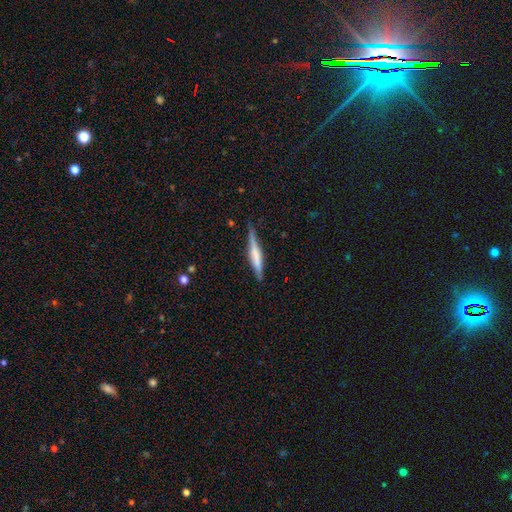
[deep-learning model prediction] The model was most divided on "edge-on bulge": boxy: 36%, rounded: 34%, none: 30%. More confident: edge-on disk — yes (97%); merging — none (85%); smooth or featured — featured or disk (54%).